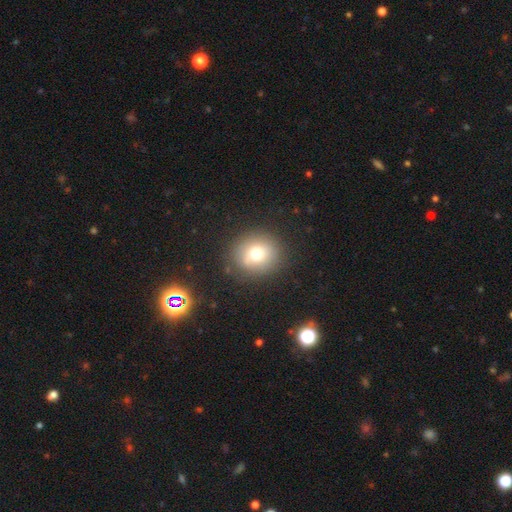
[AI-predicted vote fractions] Smooth or featured?
  - smooth: 69% *
  - star or artifact: 17%
  - featured or disk: 15%
How rounded?
  - round: 84% *
  - in between: 15%
  - cigar-shaped: 1%
Merging?
  - none: 86% *
  - minor disturbance: 9%
  - major disturbance: 3%
  - merger: 2%